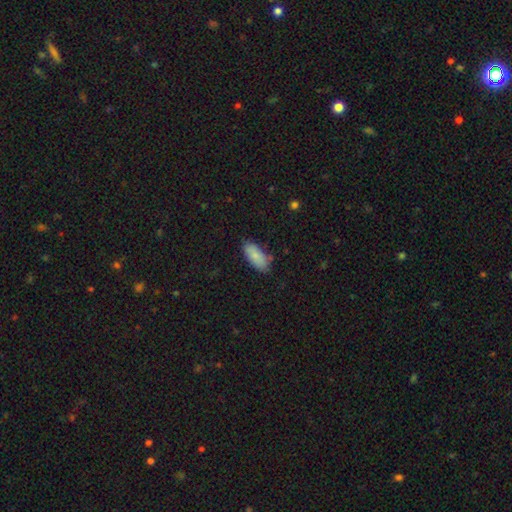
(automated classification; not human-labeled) Smooth or featured? Predicted: smooth (p=0.84). How rounded? Predicted: in between (p=0.89). Merging? Predicted: none (p=0.78).